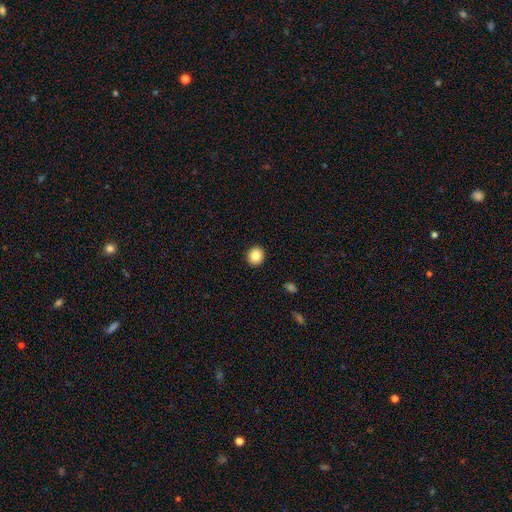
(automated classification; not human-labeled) The model was most divided on "how rounded": round: 81%, in between: 18%, cigar-shaped: 1%. More confident: merging — none (92%); smooth or featured — smooth (86%).